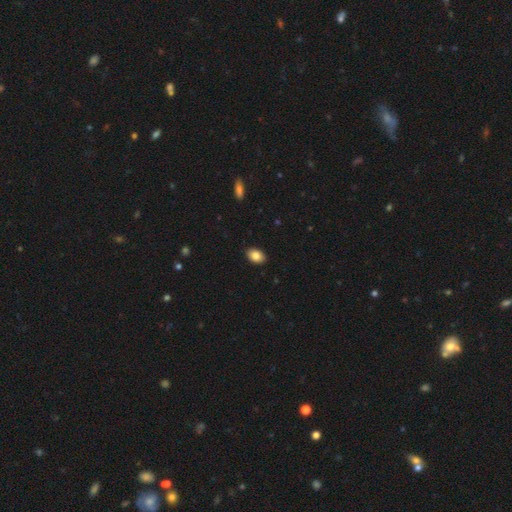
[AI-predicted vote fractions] Smooth or featured?
  - smooth: 86% *
  - star or artifact: 8%
  - featured or disk: 6%
How rounded?
  - in between: 85% *
  - round: 14%
  - cigar-shaped: 1%
Merging?
  - none: 90% *
  - minor disturbance: 7%
  - major disturbance: 2%
  - merger: 1%